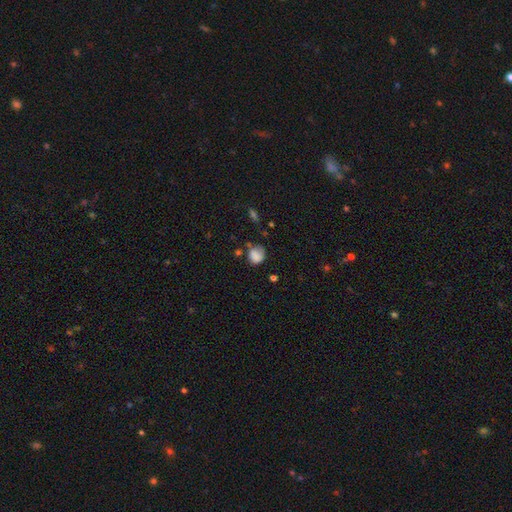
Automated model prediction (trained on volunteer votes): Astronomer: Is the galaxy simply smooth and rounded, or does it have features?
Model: smooth — 79%.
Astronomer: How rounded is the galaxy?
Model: round — 63%.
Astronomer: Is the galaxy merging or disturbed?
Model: none — 46% (runner-up: minor disturbance, 31%).